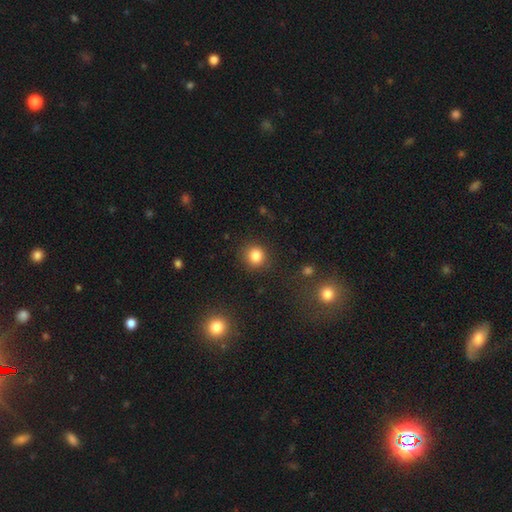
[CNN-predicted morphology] Smooth or featured?
  - smooth: 83% *
  - star or artifact: 12%
  - featured or disk: 5%
How rounded?
  - round: 88% *
  - in between: 11%
  - cigar-shaped: 1%
Merging?
  - none: 87% *
  - minor disturbance: 8%
  - major disturbance: 3%
  - merger: 2%